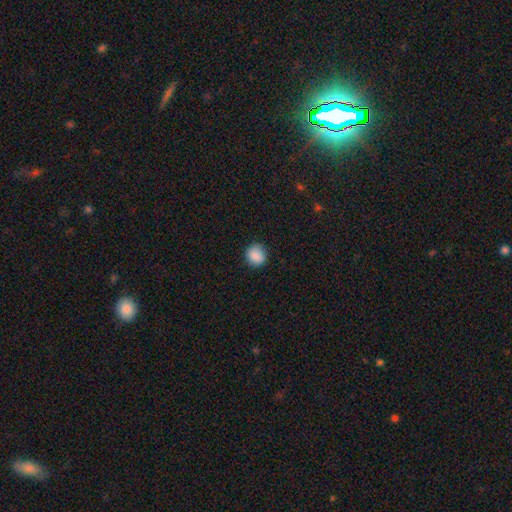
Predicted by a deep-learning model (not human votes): Q: Smooth or featured?
A: smooth (88%); runner-up: star or artifact (9%)
Q: How rounded?
A: round (85%); runner-up: in between (14%)
Q: Merging?
A: none (85%); runner-up: minor disturbance (11%)